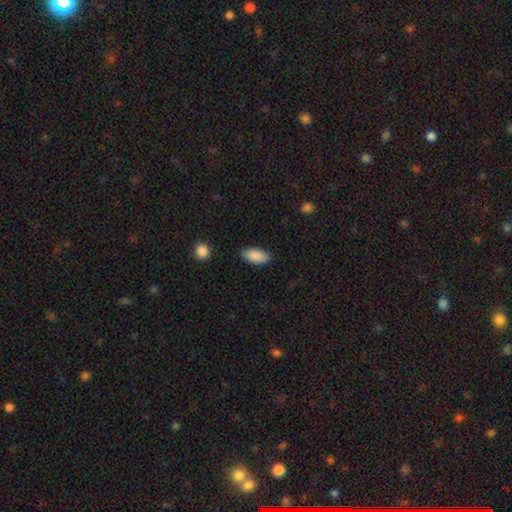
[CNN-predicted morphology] smooth-or-featured: smooth: 89% | star or artifact: 6% | featured or disk: 5%
  how-rounded: in between: 92% | cigar-shaped: 5% | round: 2%
  merging: none: 84% | minor disturbance: 12% | major disturbance: 3% | merger: 1%